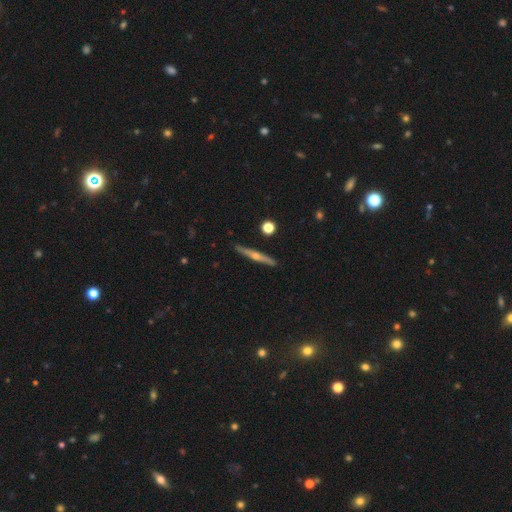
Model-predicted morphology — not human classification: This appears to be a featured or disk galaxy (71%) viewed edge-on (98%) with a rounded central bulge (88%). Merging: none (91%).